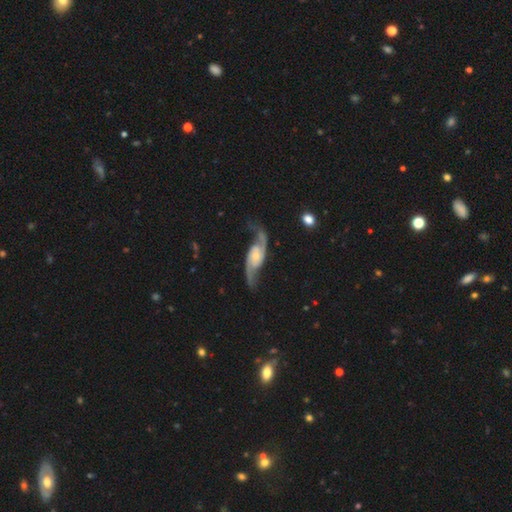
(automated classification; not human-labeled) Overall: featured or disk (90%). Edge-on disk: no (94%). Bar: no (60%; weak 30%). Spiral arms: yes (97%). Spiral arm count: 2 (93%). Spiral winding: loose (52%; medium 37%). Bulge size: small (57%; moderate 34%). Merging: none (73%).